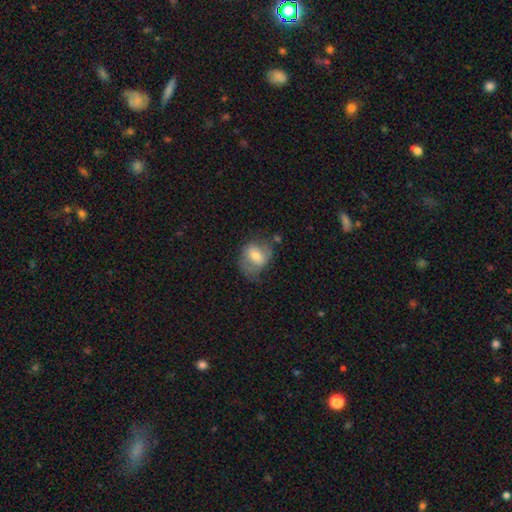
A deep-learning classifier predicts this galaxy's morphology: This appears to be a smooth galaxy with no disk features (55%) that is in between round and cigar-shaped (52%). Merging: none (47%).